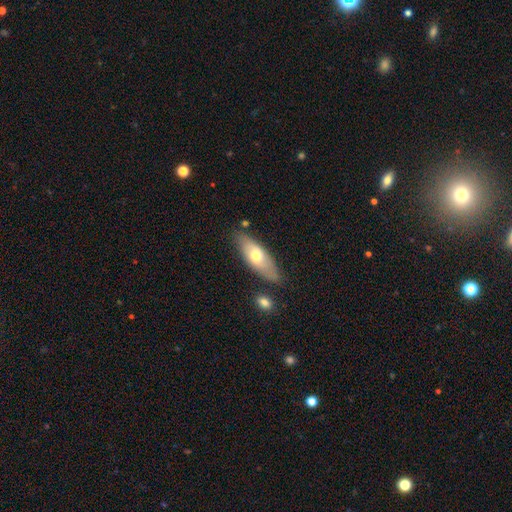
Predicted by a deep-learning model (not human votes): smooth-or-featured: smooth: 59% | featured or disk: 35% | star or artifact: 6%
  how-rounded: in between: 65% | cigar-shaped: 32% | round: 2%
  merging: none: 76% | minor disturbance: 16% | merger: 5% | major disturbance: 3%